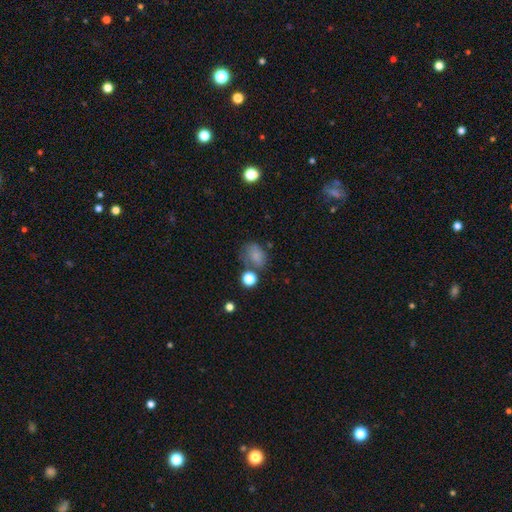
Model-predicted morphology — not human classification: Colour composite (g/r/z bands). It shows a smooth galaxy with no disk features (76%) that is in between round and cigar-shaped (65%). Merging: none (49%).